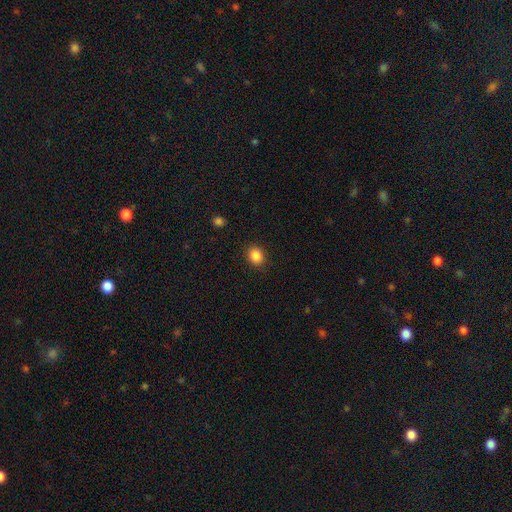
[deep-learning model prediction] Morphology: type=smooth (87%); roundness=round (56%); merging=none (88%).